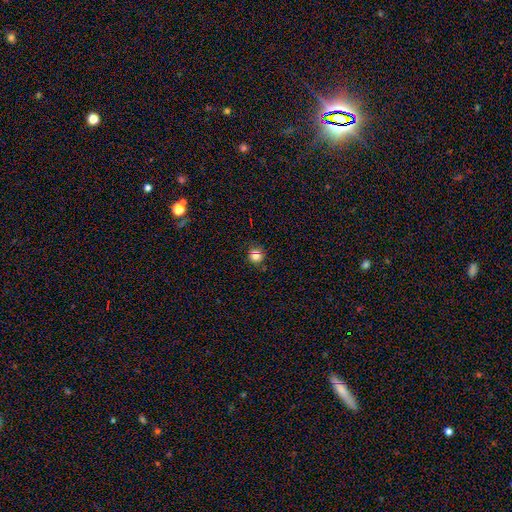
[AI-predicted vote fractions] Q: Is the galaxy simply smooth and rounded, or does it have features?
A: smooth — 74%.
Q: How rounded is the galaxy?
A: round — 88%.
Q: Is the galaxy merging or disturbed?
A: none — 82%.